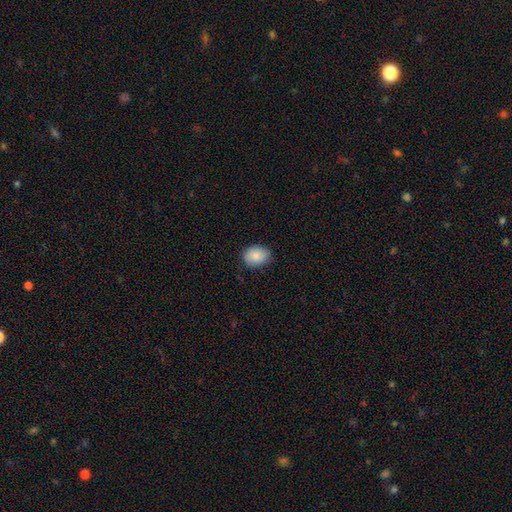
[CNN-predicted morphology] A smooth galaxy with no disk features (88%) that is in between round and cigar-shaped (69%). Merging: none (83%).